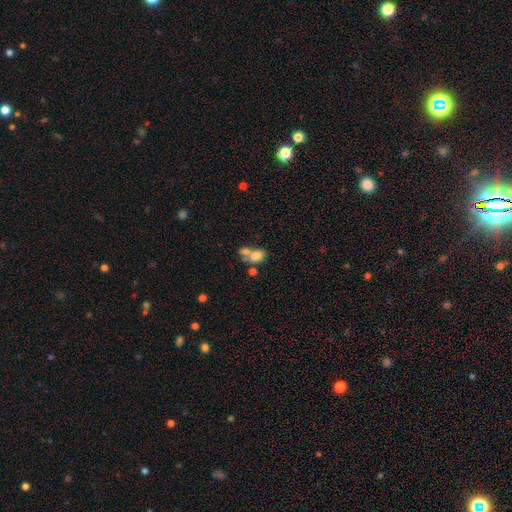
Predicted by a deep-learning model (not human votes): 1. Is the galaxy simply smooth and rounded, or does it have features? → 75% smooth, 15% featured or disk, 10% star or artifact.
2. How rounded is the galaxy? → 77% in between, 21% round, 2% cigar-shaped.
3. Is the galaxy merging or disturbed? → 54% merger, 29% none, 11% minor disturbance, 7% major disturbance.